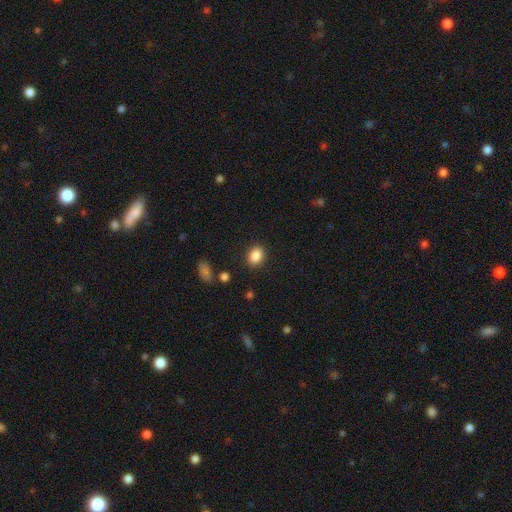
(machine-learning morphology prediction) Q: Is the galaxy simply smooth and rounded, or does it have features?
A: smooth — 87%.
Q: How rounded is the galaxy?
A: in between — 62%.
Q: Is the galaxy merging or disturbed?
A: none — 88%.